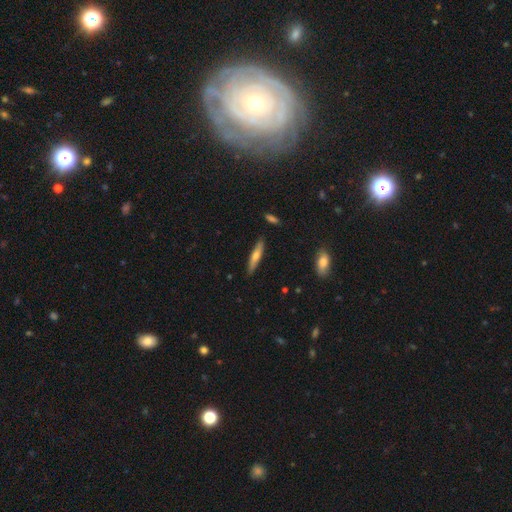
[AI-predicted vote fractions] Smooth or featured? Predicted: smooth (p=0.52). How rounded? Predicted: cigar-shaped (p=0.88). Merging? Predicted: none (p=0.88).